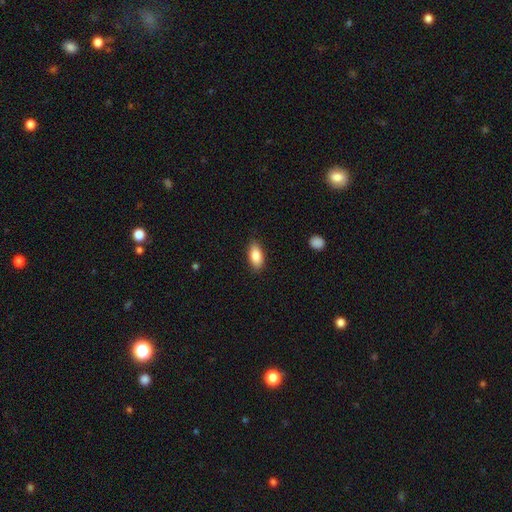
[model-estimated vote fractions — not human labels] A smooth galaxy with no disk features (85%) that is in between round and cigar-shaped (88%). Merging: none (85%).